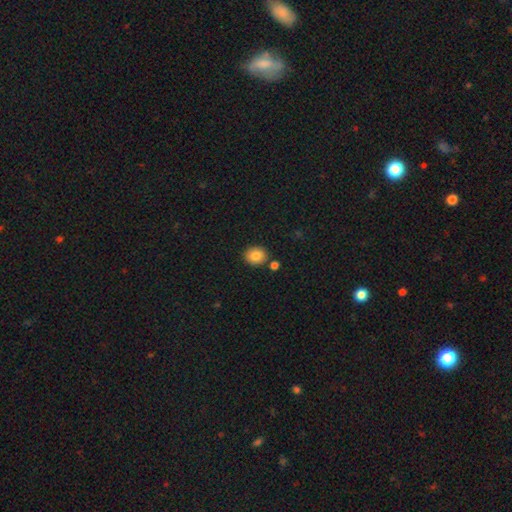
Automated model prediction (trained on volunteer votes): Smooth or featured?
  - smooth: 85% *
  - star or artifact: 9%
  - featured or disk: 6%
How rounded?
  - round: 64% *
  - in between: 35%
  - cigar-shaped: 1%
Merging?
  - none: 81% *
  - minor disturbance: 9%
  - merger: 7%
  - major disturbance: 2%